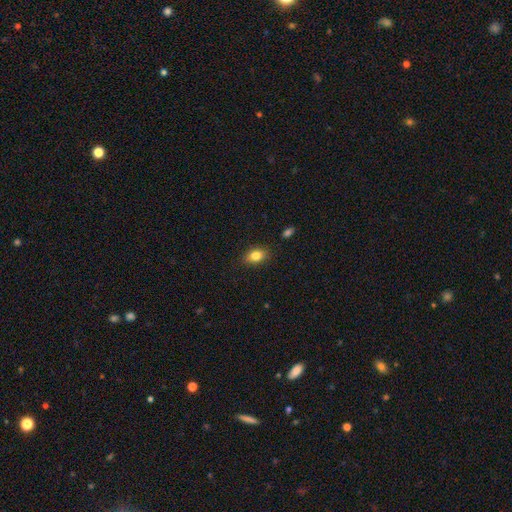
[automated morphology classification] A smooth galaxy with no disk features (83%) that is in between round and cigar-shaped (77%). Merging: none (86%).